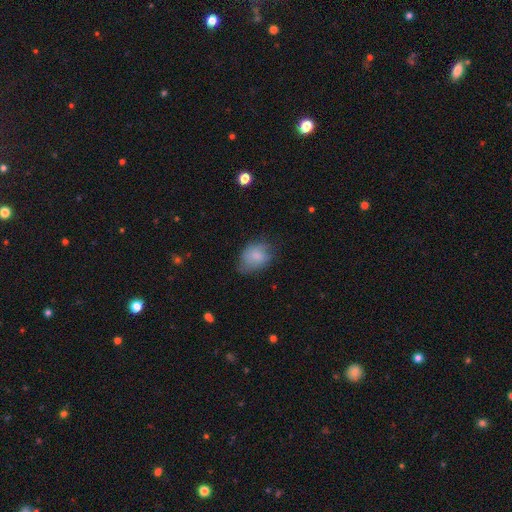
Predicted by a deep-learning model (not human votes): The model was most divided on "merging": none: 57%, minor disturbance: 31%, major disturbance: 10%, merger: 1%. More confident: smooth or featured — smooth (74%); how rounded — in between (69%).